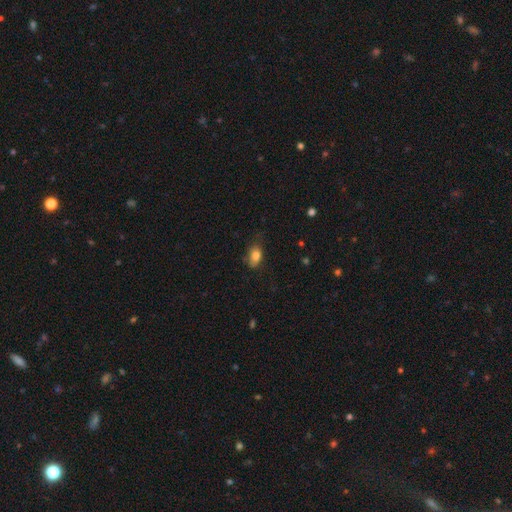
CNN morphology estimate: type=smooth (82%); roundness=in between (81%); merging=none (61%).